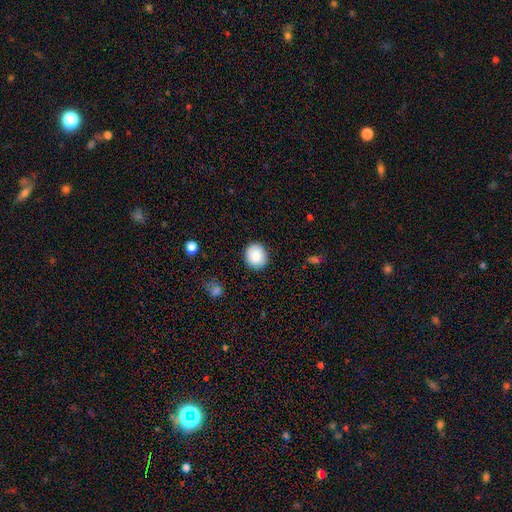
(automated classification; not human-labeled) Q: Smooth or featured?
A: smooth (84%); runner-up: featured or disk (8%)
Q: How rounded?
A: round (82%); runner-up: in between (17%)
Q: Merging?
A: none (88%); runner-up: minor disturbance (8%)